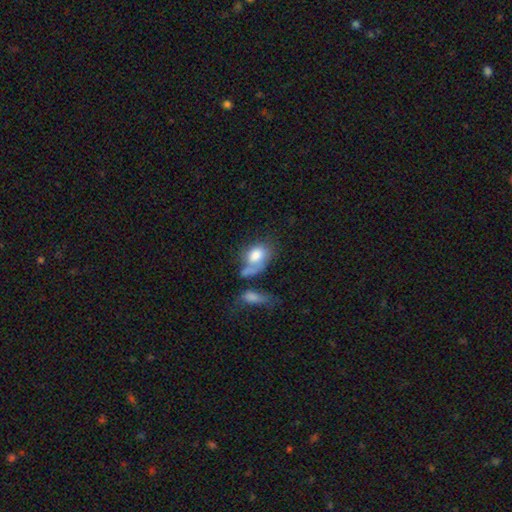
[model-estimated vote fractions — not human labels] A smooth galaxy with no disk features (75%) that is in between round and cigar-shaped (79%). Merging: merger (41%).